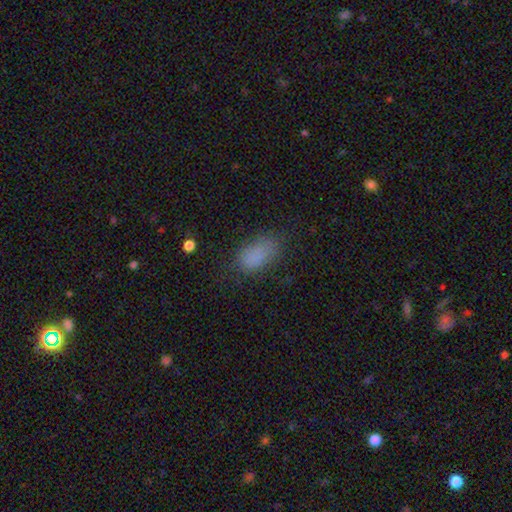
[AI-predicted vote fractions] smooth-or-featured: smooth: 82% | star or artifact: 11% | featured or disk: 6%
  how-rounded: in between: 91% | round: 6% | cigar-shaped: 3%
  merging: none: 66% | minor disturbance: 23% | major disturbance: 10% | merger: 2%